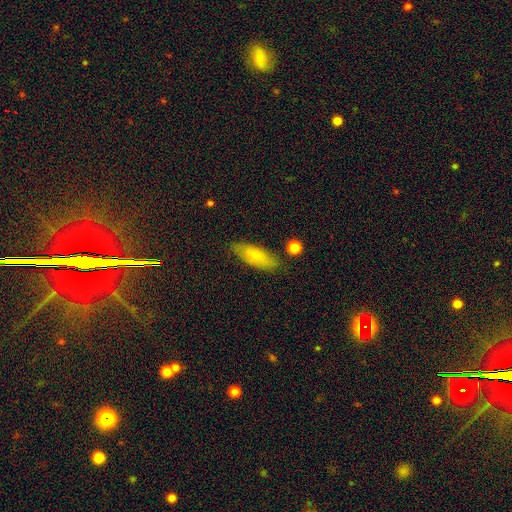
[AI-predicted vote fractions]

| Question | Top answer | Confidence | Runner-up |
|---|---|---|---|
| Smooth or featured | smooth | 78% | featured or disk (16%) |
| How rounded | in between | 72% | cigar-shaped (26%) |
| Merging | none | 79% | minor disturbance (15%) |